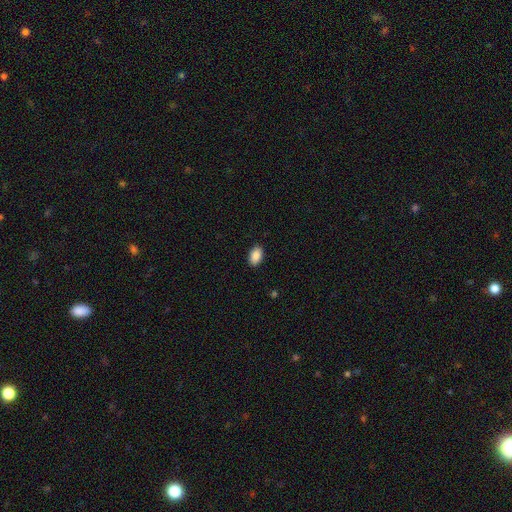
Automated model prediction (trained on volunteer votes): This appears to be a smooth galaxy with no disk features (89%) that is in between round and cigar-shaped (91%). Merging: none (90%).